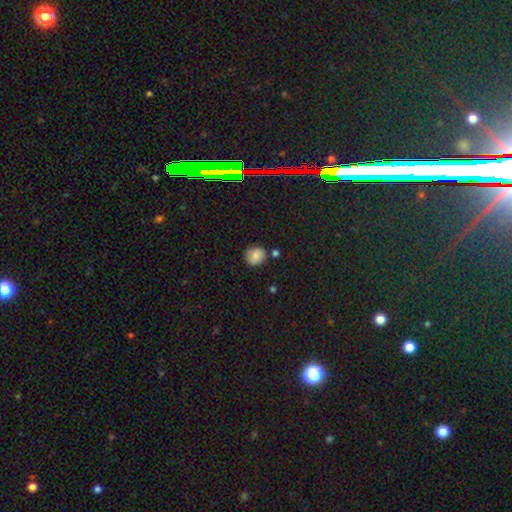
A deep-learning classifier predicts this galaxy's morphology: Smooth or featured: smooth — 83% (star or artifact — 10%)
How rounded: round — 75% (in between — 24%)
Merging: none — 76% (minor disturbance — 15%)